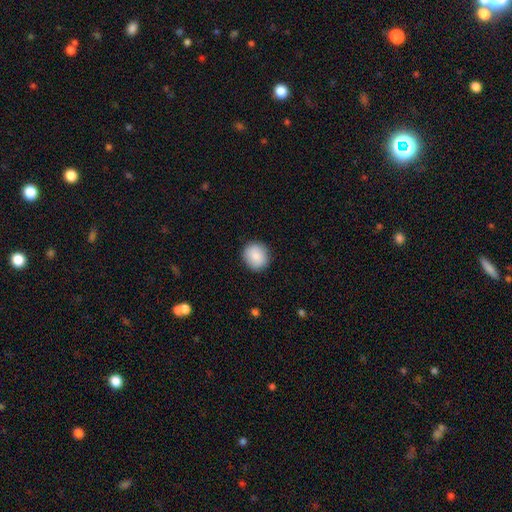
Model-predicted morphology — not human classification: smooth 87%, star or artifact 7%, featured or disk 6%. Down the decision tree: how rounded — round (82%); merging — none (89%).